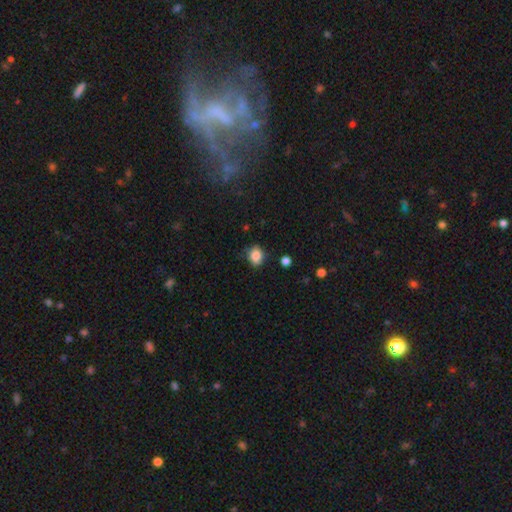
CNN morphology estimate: Q: Smooth or featured?
A: smooth (85%); runner-up: star or artifact (10%)
Q: How rounded?
A: round (62%); runner-up: in between (37%)
Q: Merging?
A: none (72%); runner-up: minor disturbance (22%)